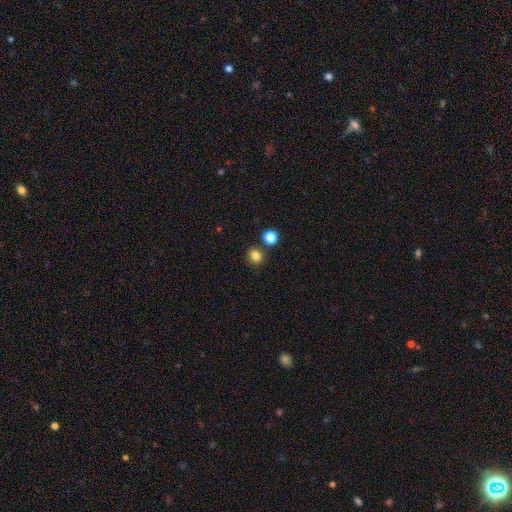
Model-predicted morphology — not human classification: Smooth or featured? Predicted: smooth (p=0.82). How rounded? Predicted: round (p=0.76). Merging? Predicted: none (p=0.80).